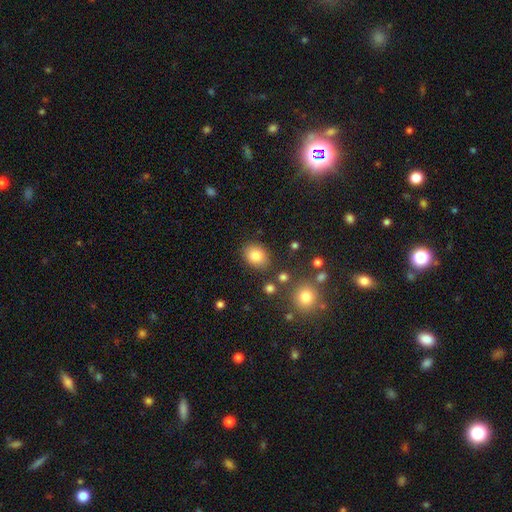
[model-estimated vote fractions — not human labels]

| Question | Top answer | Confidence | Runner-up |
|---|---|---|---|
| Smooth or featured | smooth | 82% | star or artifact (10%) |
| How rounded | in between | 54% | round (45%) |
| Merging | none | 84% | minor disturbance (10%) |